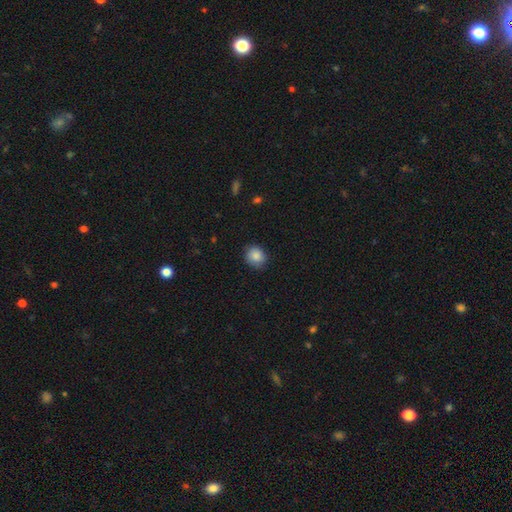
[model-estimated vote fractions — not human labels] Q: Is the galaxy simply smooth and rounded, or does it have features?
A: smooth — 86%.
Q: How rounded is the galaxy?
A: round — 76%.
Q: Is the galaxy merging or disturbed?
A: none — 85%.